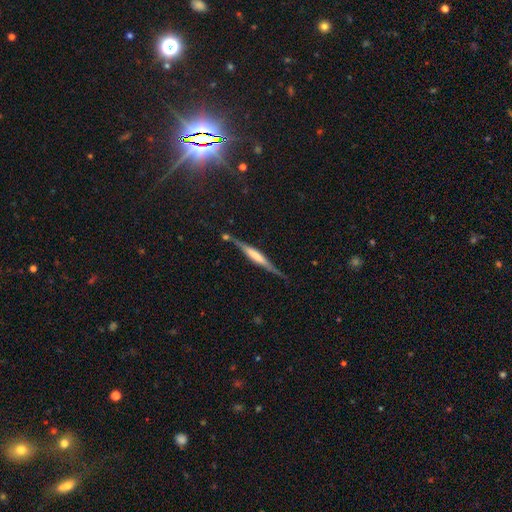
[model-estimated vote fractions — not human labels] Smooth or featured? featured or disk (67%)
Edge-on disk? yes (95%)
Edge-on bulge? boxy (50%)
Merging? none (76%)